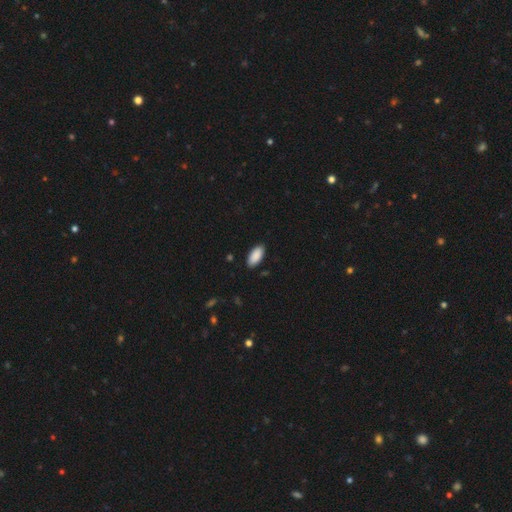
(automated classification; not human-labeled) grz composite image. It shows a smooth galaxy with no disk features (91%) that is in between round and cigar-shaped (92%). Merging: none (88%).